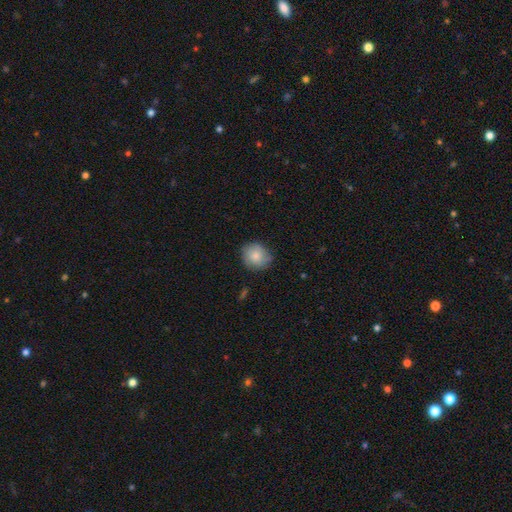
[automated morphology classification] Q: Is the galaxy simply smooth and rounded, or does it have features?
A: smooth — 81%.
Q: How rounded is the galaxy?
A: round — 82%.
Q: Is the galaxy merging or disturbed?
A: none — 77%.